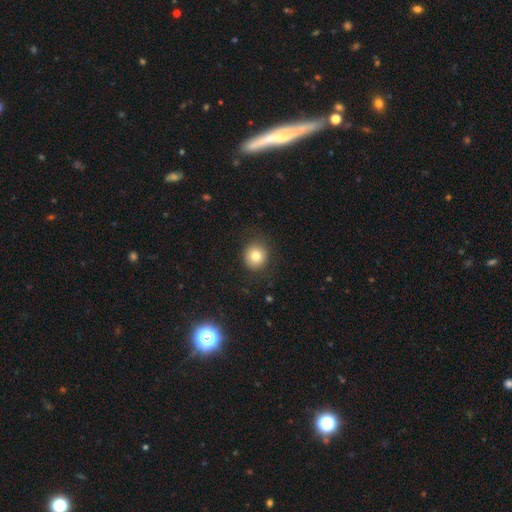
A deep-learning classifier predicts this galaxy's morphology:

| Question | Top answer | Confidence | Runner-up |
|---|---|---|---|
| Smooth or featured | smooth | 80% | star or artifact (11%) |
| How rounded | round | 88% | in between (11%) |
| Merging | none | 85% | minor disturbance (10%) |